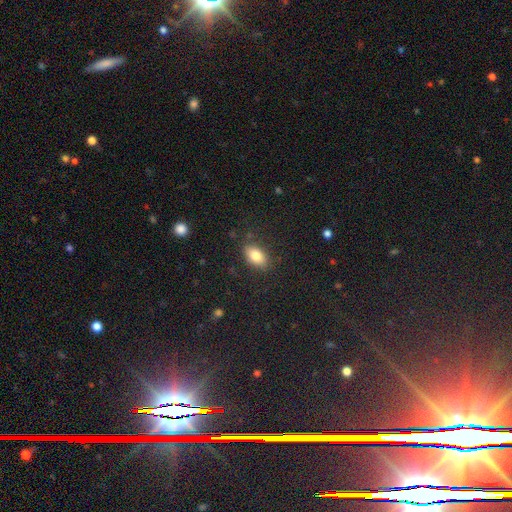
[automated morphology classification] Smooth or featured?
  - smooth: 81% *
  - featured or disk: 11%
  - star or artifact: 8%
How rounded?
  - in between: 89% *
  - round: 8%
  - cigar-shaped: 3%
Merging?
  - none: 84% *
  - minor disturbance: 11%
  - major disturbance: 3%
  - merger: 1%